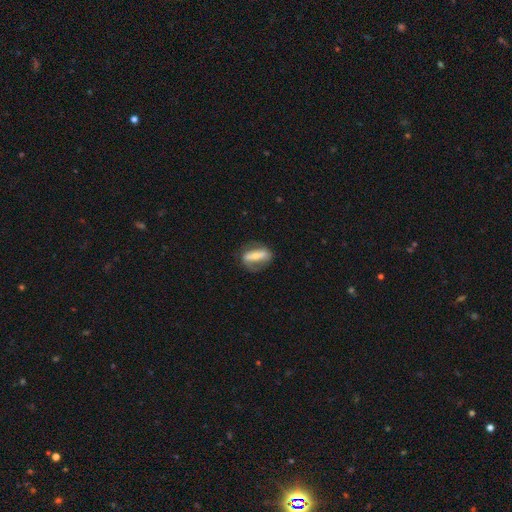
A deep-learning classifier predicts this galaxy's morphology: Smooth or featured? featured or disk (53%)
Edge-on disk? no (76%)
Merging? none (67%)